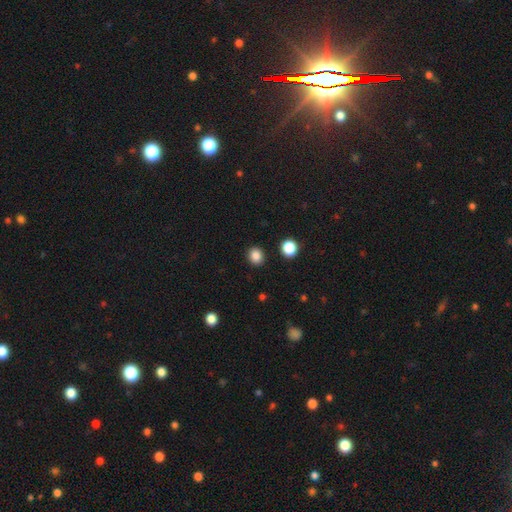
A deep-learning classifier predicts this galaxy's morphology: The model was most divided on "how rounded": round: 74%, in between: 25%, cigar-shaped: 1%. More confident: merging — none (90%); smooth or featured — smooth (85%).